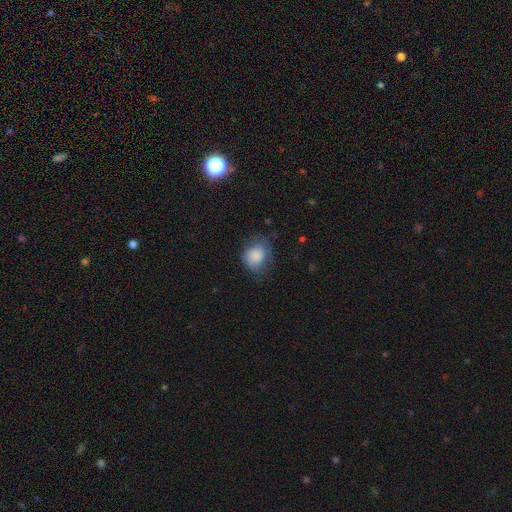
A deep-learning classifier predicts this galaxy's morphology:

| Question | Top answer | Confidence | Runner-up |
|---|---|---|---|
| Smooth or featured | smooth | 81% | featured or disk (11%) |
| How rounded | round | 58% | in between (41%) |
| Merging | none | 54% | minor disturbance (30%) |